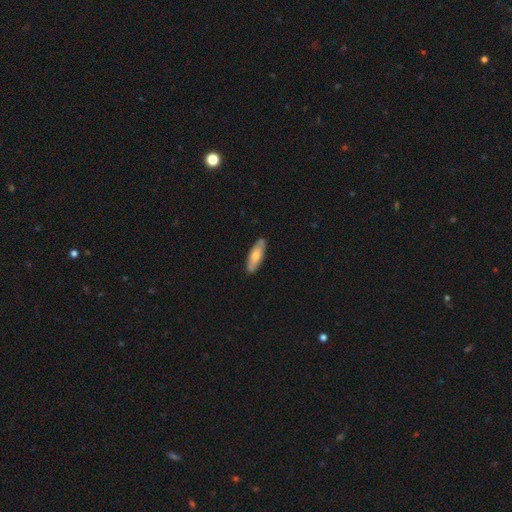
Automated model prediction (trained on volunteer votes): smooth 66%, featured or disk 29%, star or artifact 5%. Down the decision tree: how rounded — in between (53%); merging — none (86%).